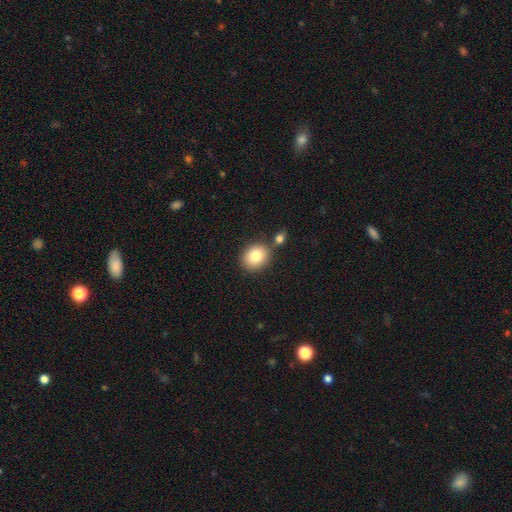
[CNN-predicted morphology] This appears to be a smooth galaxy with no disk features (81%) that is round (63%). Merging: none (68%).